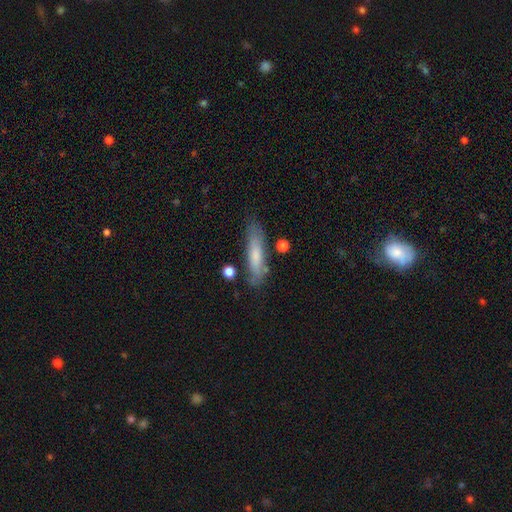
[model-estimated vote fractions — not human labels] smooth_or_featured: smooth (p=0.69) [alt: featured or disk p=0.25]
how_rounded: cigar-shaped (p=0.74) [alt: in between p=0.24]
merging: none (p=0.71) [alt: minor disturbance p=0.19]